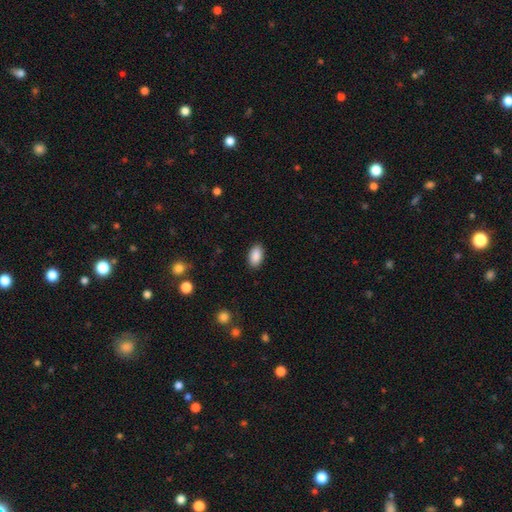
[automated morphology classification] Smooth or featured? Predicted: smooth (p=0.89). How rounded? Predicted: in between (p=0.94). Merging? Predicted: none (p=0.89).